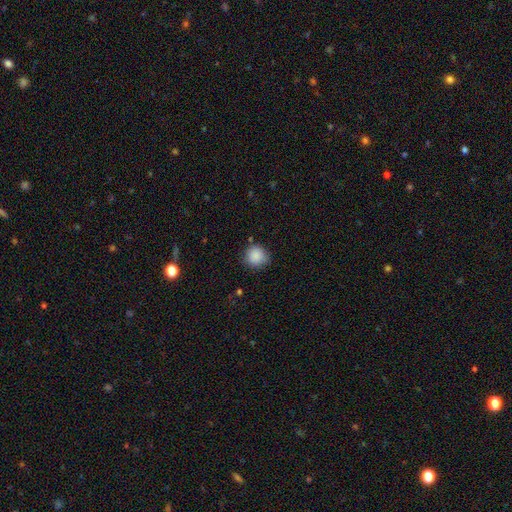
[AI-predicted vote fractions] smooth-or-featured: smooth: 87% | star or artifact: 9% | featured or disk: 4%
  how-rounded: round: 90% | in between: 9% | cigar-shaped: 1%
  merging: none: 79% | minor disturbance: 16% | major disturbance: 3% | merger: 2%